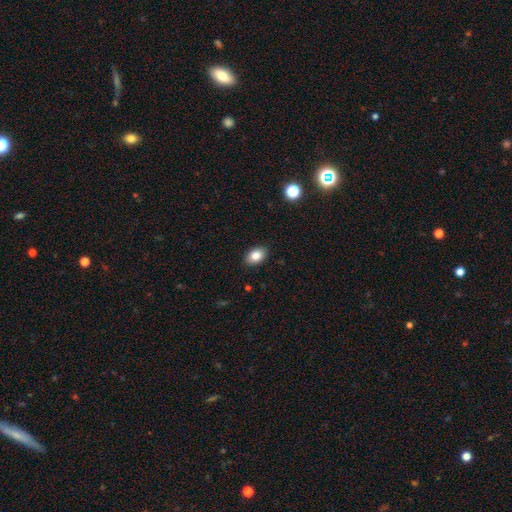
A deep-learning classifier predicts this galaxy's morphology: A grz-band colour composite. It shows a smooth galaxy with no disk features (85%) that is in between round and cigar-shaped (82%). Merging: none (88%).